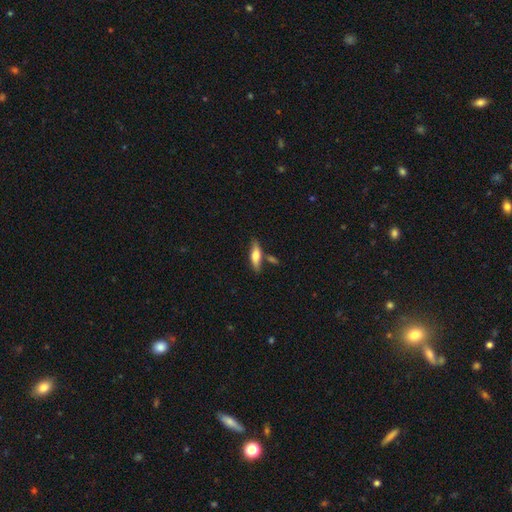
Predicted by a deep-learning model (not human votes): The model was most divided on "how rounded": cigar-shaped: 54%, in between: 43%, round: 3%. More confident: merging — none (69%); smooth or featured — smooth (58%).